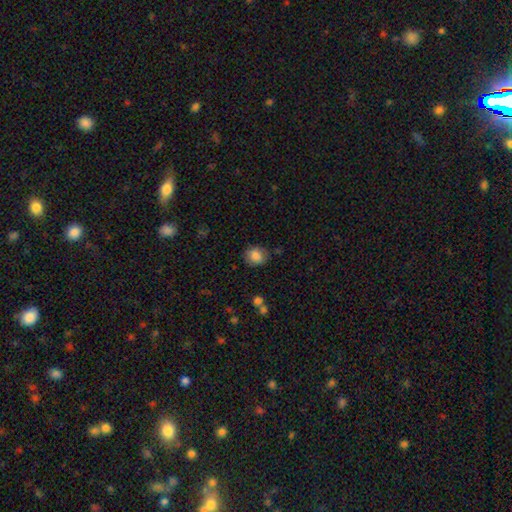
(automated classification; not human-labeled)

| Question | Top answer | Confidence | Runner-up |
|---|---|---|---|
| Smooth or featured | smooth | 84% | star or artifact (9%) |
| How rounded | round | 66% | in between (33%) |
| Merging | none | 78% | minor disturbance (16%) |